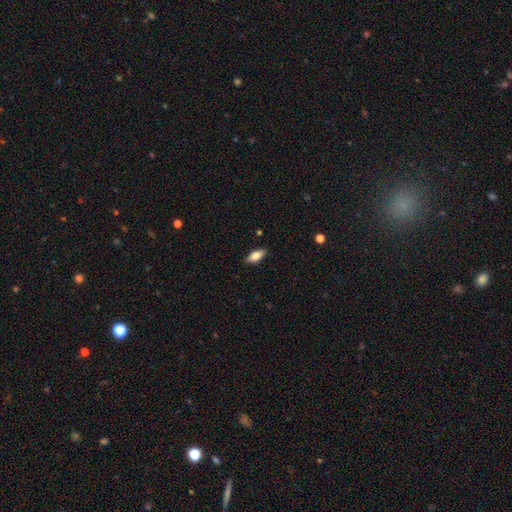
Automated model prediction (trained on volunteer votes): smooth_or_featured: smooth (p=0.73) [alt: featured or disk p=0.20]
how_rounded: in between (p=0.82) [alt: cigar-shaped p=0.15]
merging: none (p=0.87) [alt: minor disturbance p=0.10]